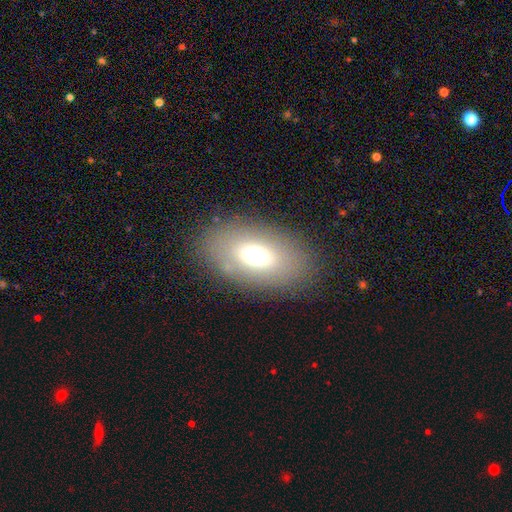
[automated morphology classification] The model was most divided on "smooth or featured": smooth: 68%, featured or disk: 21%, star or artifact: 11%. More confident: how rounded — in between (91%); merging — none (84%).